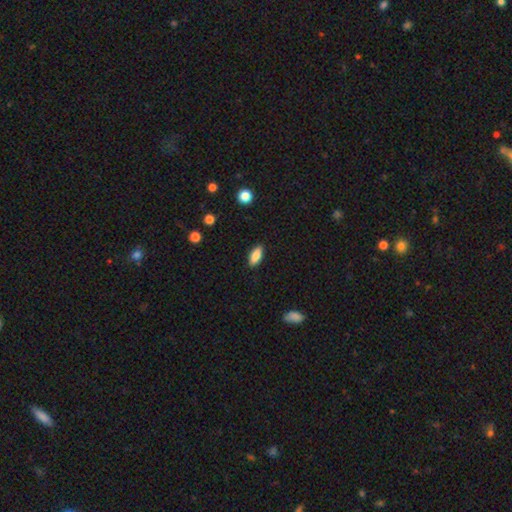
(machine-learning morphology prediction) This appears to be a smooth galaxy with no disk features (85%) that is in between round and cigar-shaped (81%). Merging: none (88%).